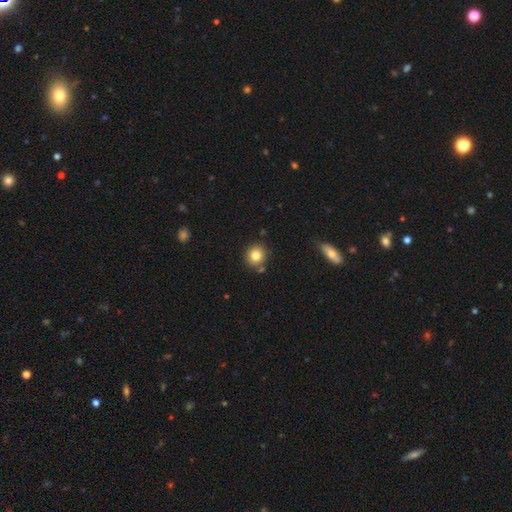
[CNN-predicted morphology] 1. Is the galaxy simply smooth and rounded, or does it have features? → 81% smooth, 10% star or artifact, 8% featured or disk.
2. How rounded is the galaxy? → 90% round, 10% in between, 1% cigar-shaped.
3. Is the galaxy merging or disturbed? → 81% none, 9% minor disturbance, 7% merger, 2% major disturbance.